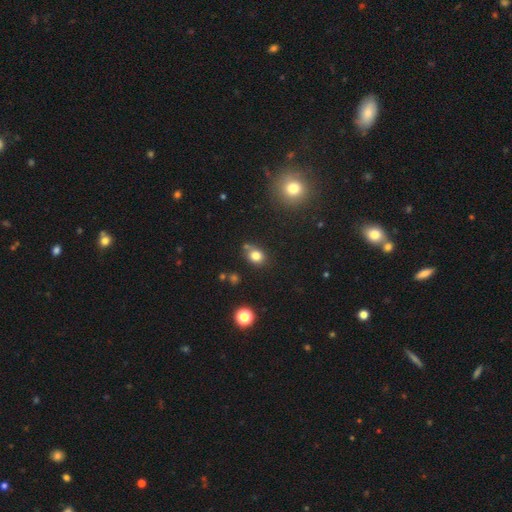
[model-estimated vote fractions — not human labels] smooth-or-featured: smooth: 79% | star or artifact: 13% | featured or disk: 7%
  how-rounded: round: 54% | in between: 45% | cigar-shaped: 1%
  merging: none: 67% | minor disturbance: 18% | merger: 11% | major disturbance: 4%